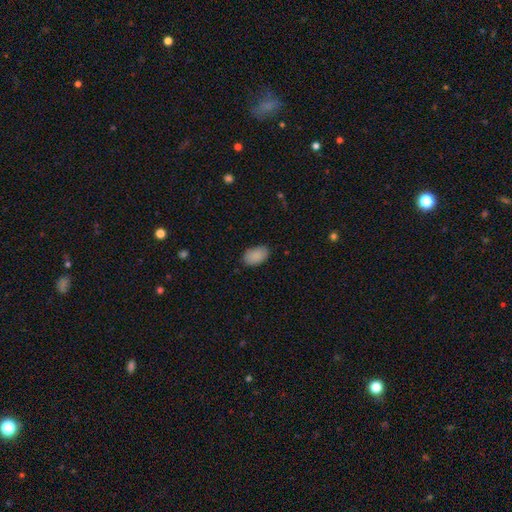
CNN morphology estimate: A smooth galaxy with no disk features (89%) that is in between round and cigar-shaped (92%). Merging: none (83%).